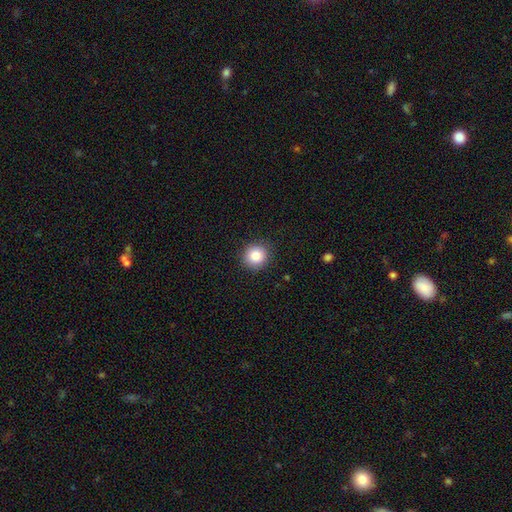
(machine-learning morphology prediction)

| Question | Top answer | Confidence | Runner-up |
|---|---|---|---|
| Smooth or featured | smooth | 85% | star or artifact (10%) |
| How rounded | round | 92% | in between (7%) |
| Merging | none | 90% | minor disturbance (7%) |